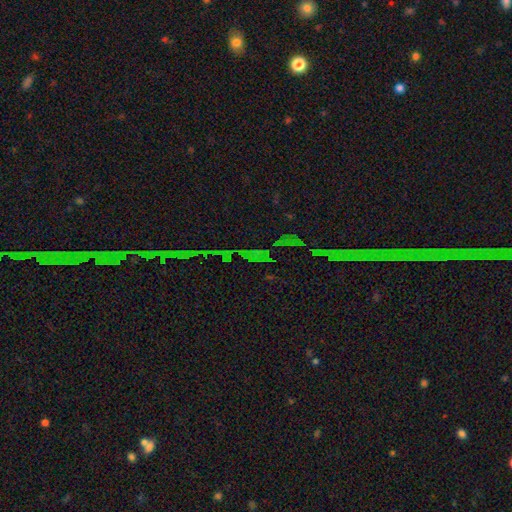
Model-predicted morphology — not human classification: A star or artifact, not a galaxy (76%).

Vote fractions:
- Smooth or featured? star or artifact: 76% / featured or disk: 13% / smooth: 12%